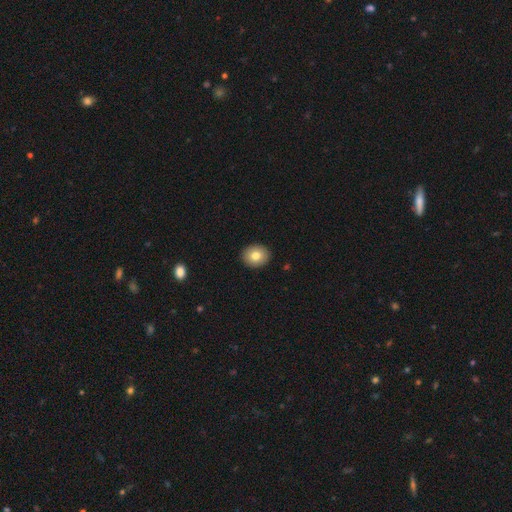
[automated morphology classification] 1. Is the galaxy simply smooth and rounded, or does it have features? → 79% smooth, 12% featured or disk, 9% star or artifact.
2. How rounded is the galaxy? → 69% round, 30% in between, 1% cigar-shaped.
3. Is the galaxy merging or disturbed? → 91% none, 6% minor disturbance, 2% major disturbance, 1% merger.